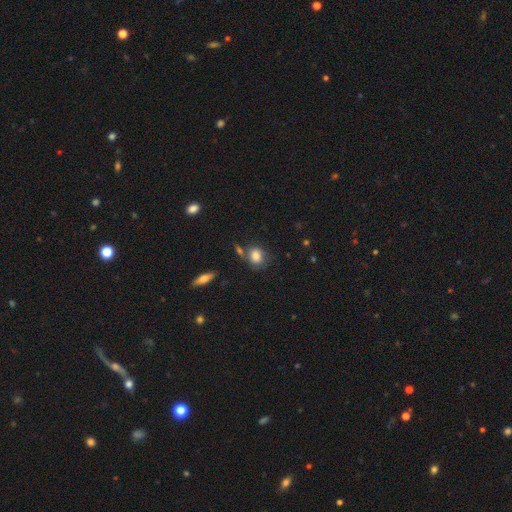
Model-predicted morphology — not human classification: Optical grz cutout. It shows a smooth galaxy with no disk features (82%) that is round (51%). Merging: none (60%).